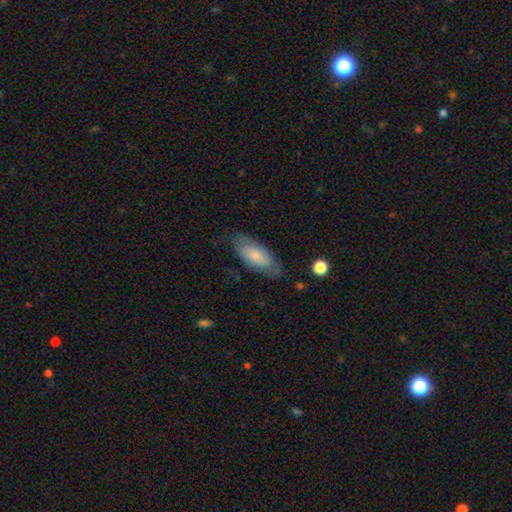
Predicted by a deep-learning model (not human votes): Smooth or featured? smooth (63%)
How rounded? in between (83%)
Merging? none (72%)